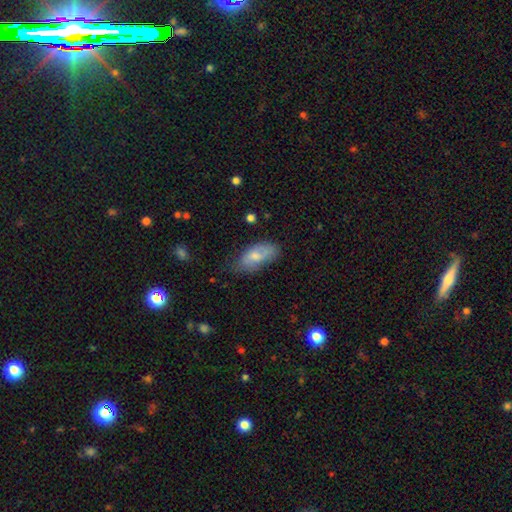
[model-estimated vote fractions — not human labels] This is likely a smooth galaxy (71%). How rounded: clearly in between (89%). Merging: possibly none (56%).